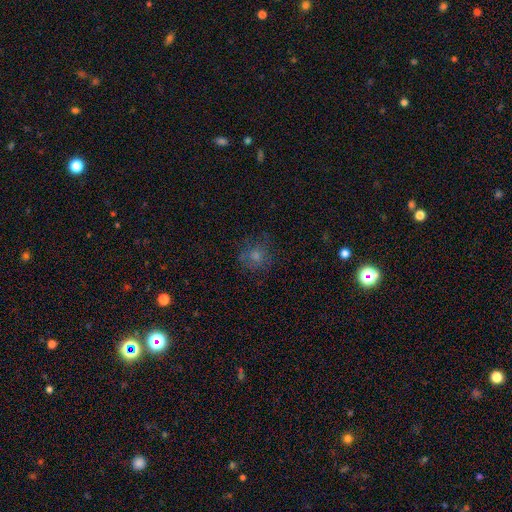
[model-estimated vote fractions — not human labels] A smooth galaxy with no disk features (67%) that is round (82%). Merging: none (69%).